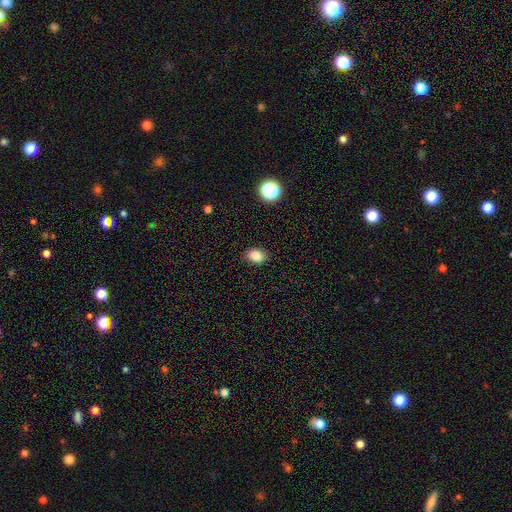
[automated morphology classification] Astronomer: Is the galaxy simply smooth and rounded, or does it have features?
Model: smooth — 85%.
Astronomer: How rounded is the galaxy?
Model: in between — 74%.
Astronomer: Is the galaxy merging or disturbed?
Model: none — 87%.